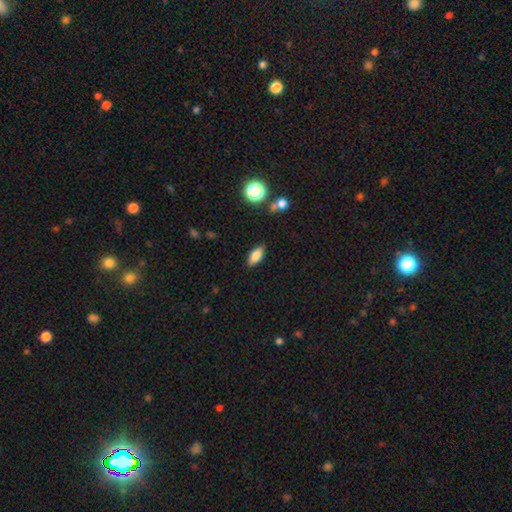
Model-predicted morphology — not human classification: This is clearly a smooth galaxy (80%). How rounded: clearly in between (84%). Merging: clearly none (86%).